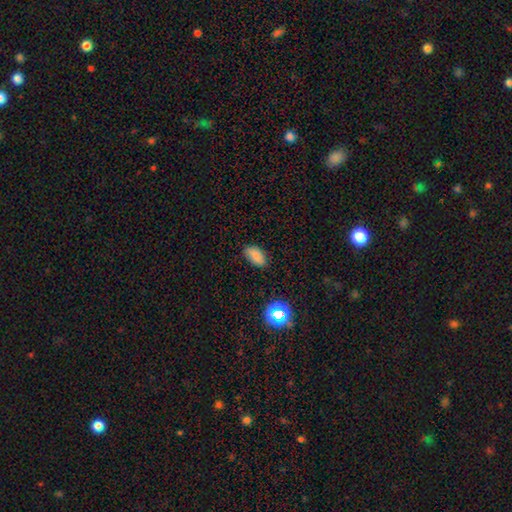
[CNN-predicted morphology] The model was most divided on "merging": none: 80%, minor disturbance: 16%, major disturbance: 3%, merger: 1%. More confident: how rounded — in between (91%); smooth or featured — smooth (80%).